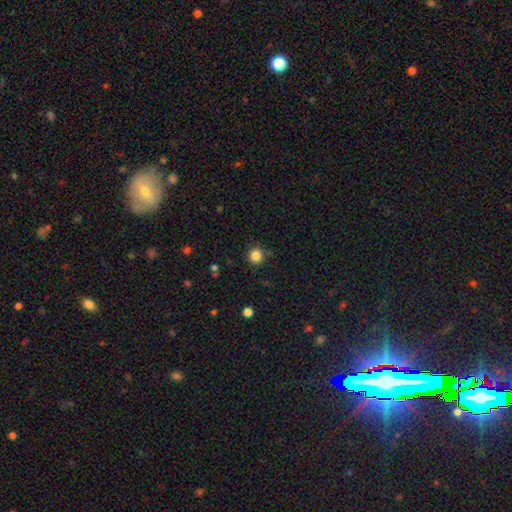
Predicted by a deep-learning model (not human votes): A smooth galaxy with no disk features (84%) that is round (92%). Merging: none (86%).